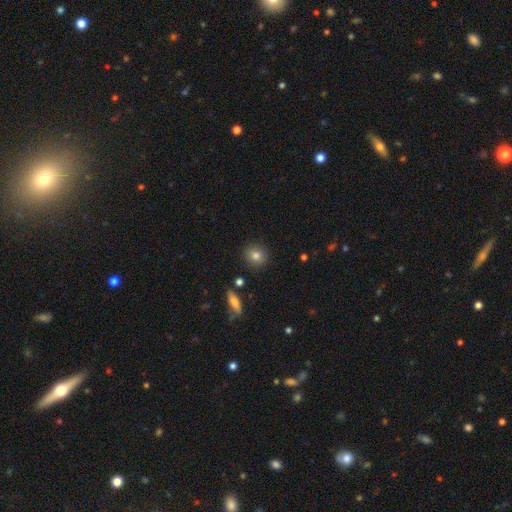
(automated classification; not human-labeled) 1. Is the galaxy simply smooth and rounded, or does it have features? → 81% smooth, 10% star or artifact, 9% featured or disk.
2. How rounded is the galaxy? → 87% round, 12% in between, 1% cigar-shaped.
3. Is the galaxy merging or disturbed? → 89% none, 7% minor disturbance, 2% merger, 2% major disturbance.